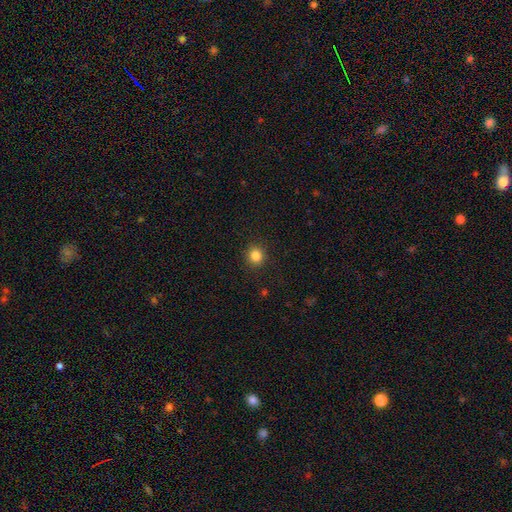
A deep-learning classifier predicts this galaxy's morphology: Smooth or featured?
  - smooth: 84% *
  - star or artifact: 11%
  - featured or disk: 4%
How rounded?
  - round: 89% *
  - in between: 10%
  - cigar-shaped: 1%
Merging?
  - none: 91% *
  - minor disturbance: 6%
  - major disturbance: 2%
  - merger: 1%